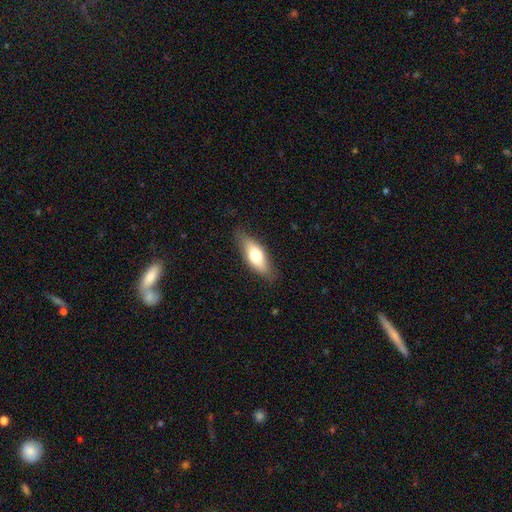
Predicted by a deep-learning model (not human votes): Smooth or featured? Predicted: smooth (p=0.61). How rounded? Predicted: in between (p=0.69). Merging? Predicted: none (p=0.82).